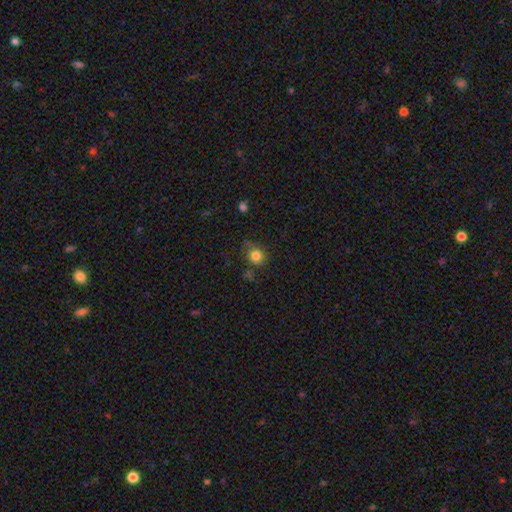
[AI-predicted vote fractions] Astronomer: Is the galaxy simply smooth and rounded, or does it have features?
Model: smooth — 82%.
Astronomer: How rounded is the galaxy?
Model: round — 74%.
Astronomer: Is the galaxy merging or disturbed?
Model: none — 63%.